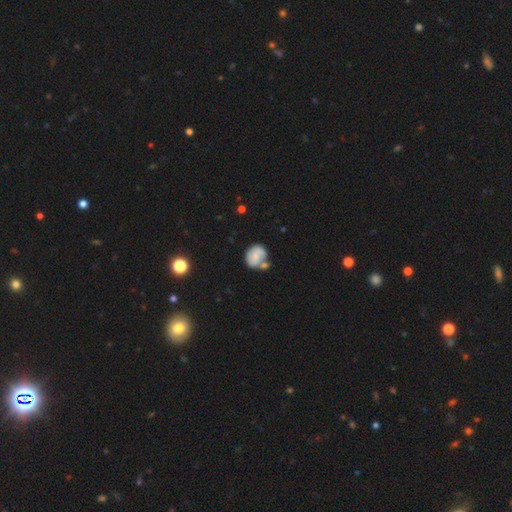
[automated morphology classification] smooth 62%, featured or disk 30%, star or artifact 8%. Down the decision tree: how rounded — round (61%); merging — none (40%).